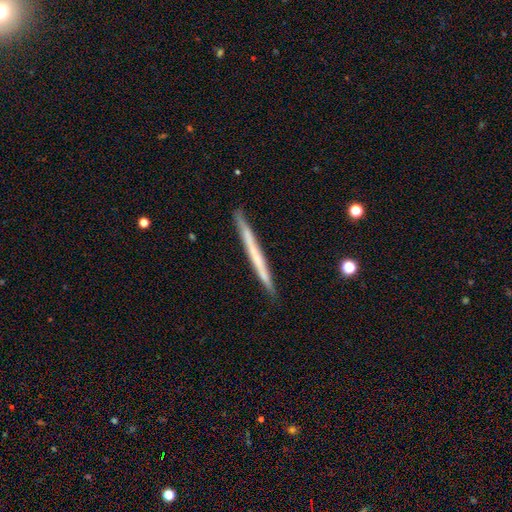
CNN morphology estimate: This is possibly a featured or disk galaxy (48%). Merging: clearly none (90%).